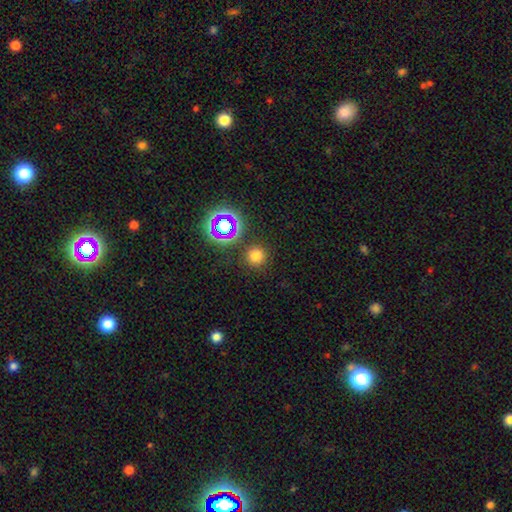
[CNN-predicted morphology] Overall: smooth (70%). How rounded: round (95%). Merging: none (88%).